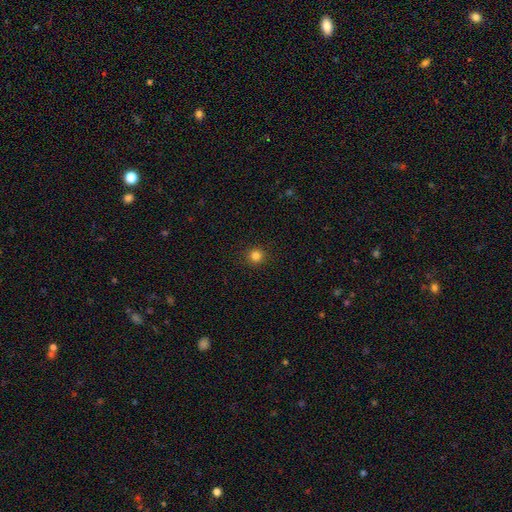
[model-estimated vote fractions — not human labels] This is clearly a smooth galaxy (83%). How rounded: clearly round (94%). Merging: clearly none (92%).